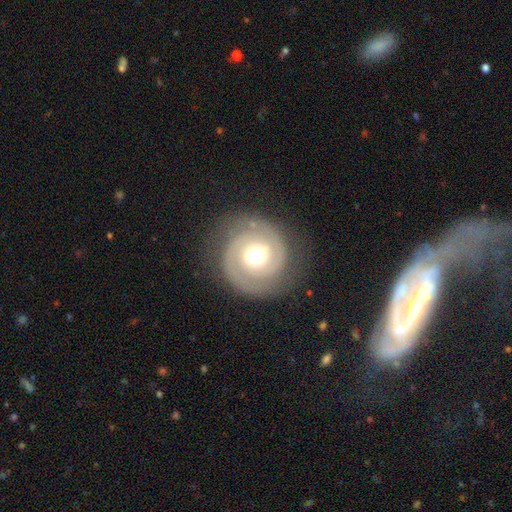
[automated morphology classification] smooth-or-featured: featured or disk: 83% | smooth: 11% | star or artifact: 5%
  disk-edge-on: no: 98% | yes: 2%
    bar: no: 69% | weak: 24% | strong: 7%
    has-spiral-arms: yes: 95% | no: 5%
      spiral-winding: tight: 61% | medium: 31% | loose: 7%
      spiral-arm-count: 2: 85% | can't tell: 5% | 1: 4% | 3: 3% | 4: 1% | more than 4: 1%
    bulge-size: moderate: 67% | large: 20% | small: 9% | dominant: 2% | none: 1%
  merging: none: 79% | minor disturbance: 13% | major disturbance: 7% | merger: 1%